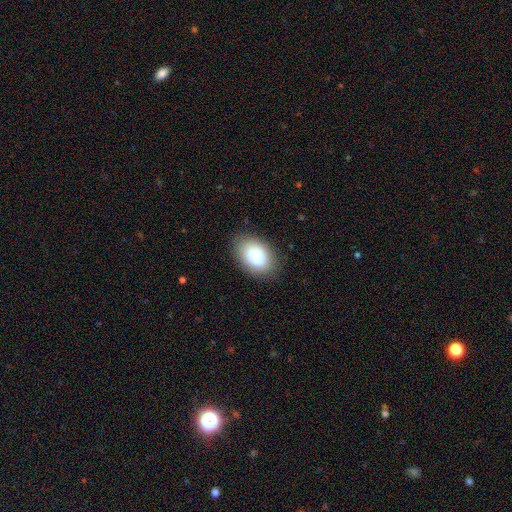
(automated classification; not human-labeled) Overall: smooth (70%). How rounded: in between (80%). Merging: none (82%).